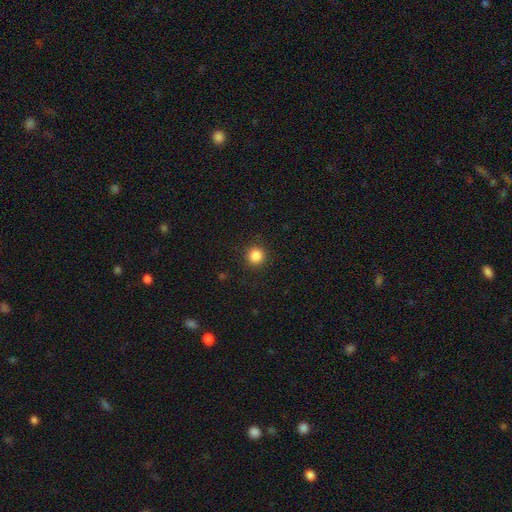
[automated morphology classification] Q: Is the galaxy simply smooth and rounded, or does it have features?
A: smooth — 85%.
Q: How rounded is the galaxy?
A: round — 95%.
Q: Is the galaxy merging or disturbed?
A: none — 92%.